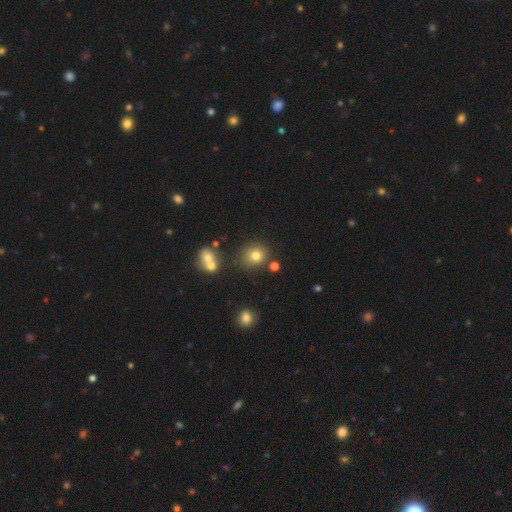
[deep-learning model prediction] smooth_or_featured: smooth (p=0.77) [alt: star or artifact p=0.15]
how_rounded: round (p=0.79) [alt: in between p=0.20]
merging: none (p=0.76) [alt: minor disturbance p=0.11]